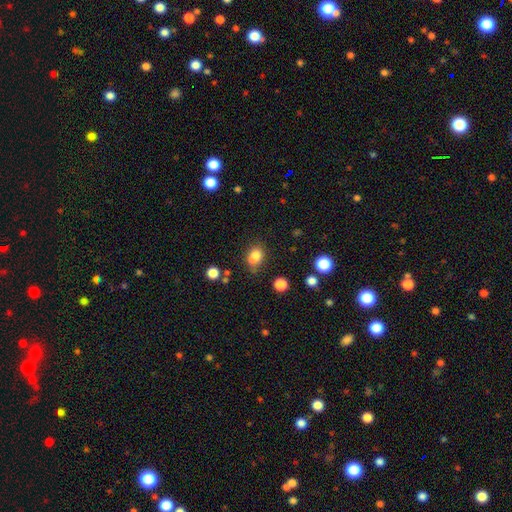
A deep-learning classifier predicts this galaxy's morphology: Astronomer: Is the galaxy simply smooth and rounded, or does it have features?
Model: smooth — 82%.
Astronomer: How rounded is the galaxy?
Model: in between — 69%.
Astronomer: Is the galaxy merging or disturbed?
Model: none — 59%.